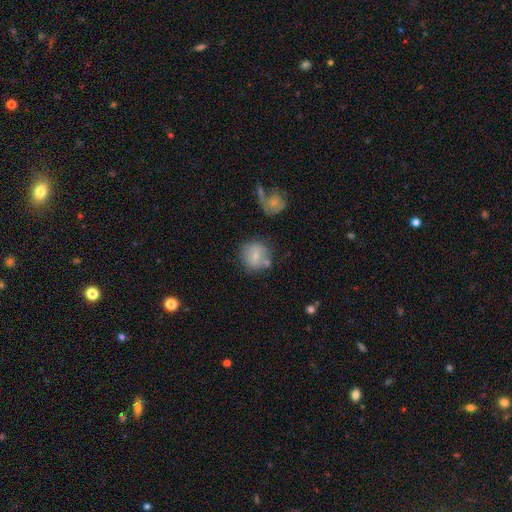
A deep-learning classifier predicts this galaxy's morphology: smooth_or_featured: smooth (p=0.73) [alt: featured or disk p=0.19]
how_rounded: round (p=0.88) [alt: in between p=0.11]
merging: none (p=0.65) [alt: minor disturbance p=0.16]